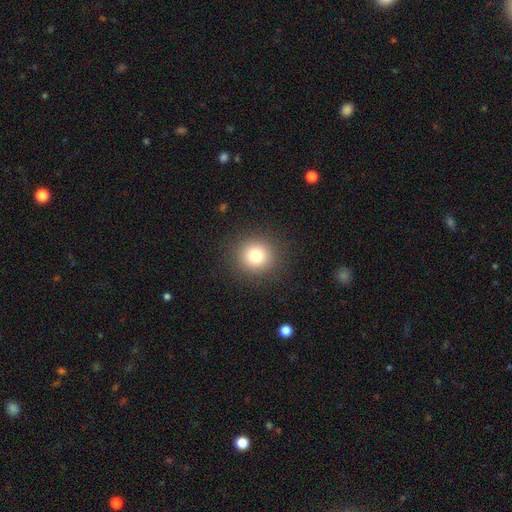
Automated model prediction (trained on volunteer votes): smooth 78%, star or artifact 13%, featured or disk 9%. Down the decision tree: how rounded — round (92%); merging — none (90%).